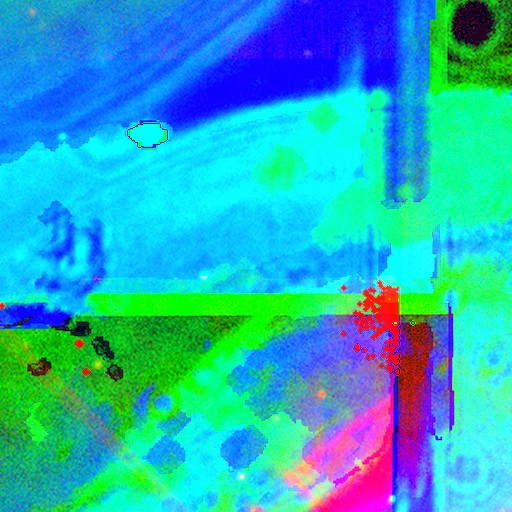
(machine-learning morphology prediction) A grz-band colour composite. It shows a star or artifact, not a galaxy (87%).